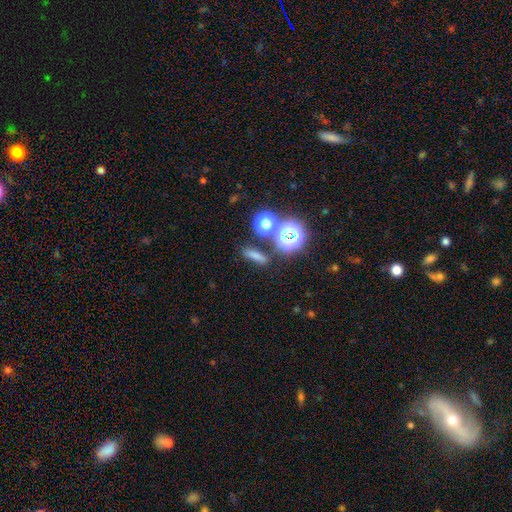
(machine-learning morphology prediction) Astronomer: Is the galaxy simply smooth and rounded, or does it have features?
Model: smooth — 65%.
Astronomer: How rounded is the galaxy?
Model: cigar-shaped — 39% (runner-up: in between, 32%).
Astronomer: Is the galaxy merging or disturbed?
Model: none — 76%.